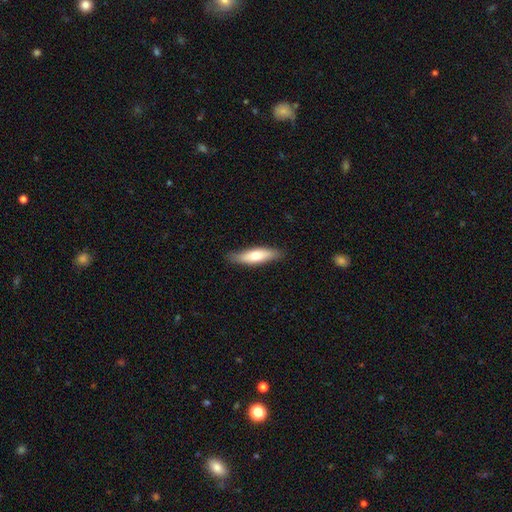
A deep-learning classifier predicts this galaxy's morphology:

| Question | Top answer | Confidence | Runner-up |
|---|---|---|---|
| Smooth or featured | smooth | 64% | featured or disk (31%) |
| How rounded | cigar-shaped | 61% | in between (37%) |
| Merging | none | 85% | minor disturbance (12%) |